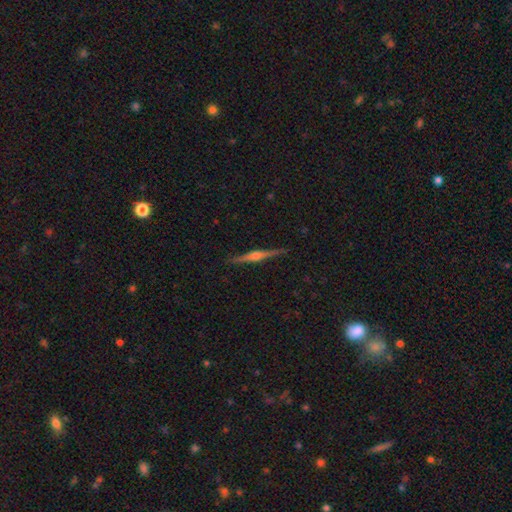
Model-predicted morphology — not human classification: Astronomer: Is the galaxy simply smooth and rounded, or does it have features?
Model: featured or disk — 83%.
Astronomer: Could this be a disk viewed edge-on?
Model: yes — 99%.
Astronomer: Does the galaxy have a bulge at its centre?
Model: rounded — 88%.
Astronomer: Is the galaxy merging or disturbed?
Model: none — 92%.